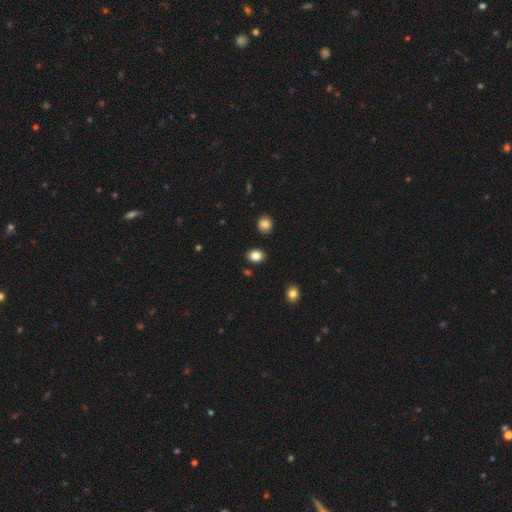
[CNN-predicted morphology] The model was most divided on "how rounded": in between: 63%, round: 36%, cigar-shaped: 1%. More confident: merging — none (88%); smooth or featured — smooth (85%).